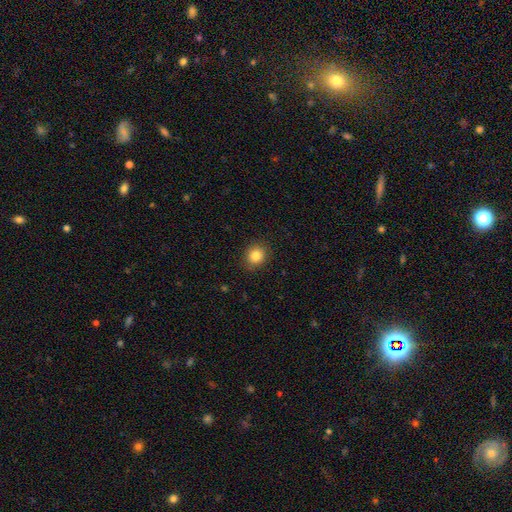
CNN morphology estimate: smooth_or_featured: smooth (p=0.85) [alt: star or artifact p=0.10]
how_rounded: round (p=0.80) [alt: in between p=0.19]
merging: none (p=0.89) [alt: minor disturbance p=0.08]